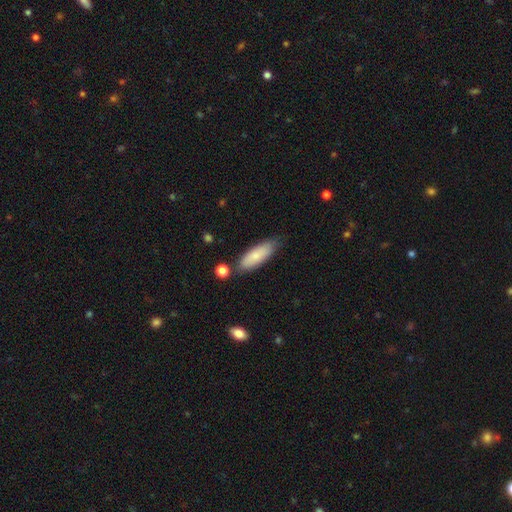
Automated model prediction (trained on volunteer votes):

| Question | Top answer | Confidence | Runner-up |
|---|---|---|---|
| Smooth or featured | smooth | 79% | featured or disk (15%) |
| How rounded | in between | 61% | cigar-shaped (37%) |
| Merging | none | 76% | minor disturbance (16%) |